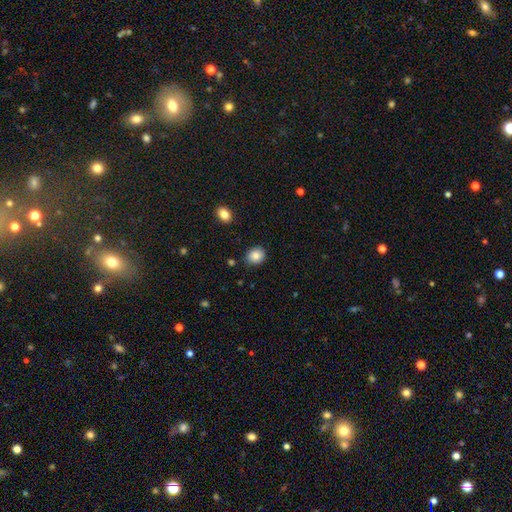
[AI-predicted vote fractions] Smooth or featured: smooth — 84% (star or artifact — 9%)
How rounded: round — 65% (in between — 34%)
Merging: none — 86% (minor disturbance — 10%)